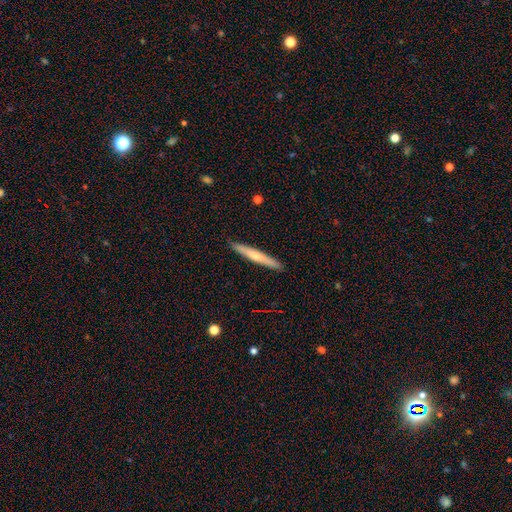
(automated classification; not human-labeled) The model was most divided on "smooth or featured": smooth: 54%, featured or disk: 41%, star or artifact: 5%. More confident: how rounded — cigar-shaped (95%); merging — none (92%).